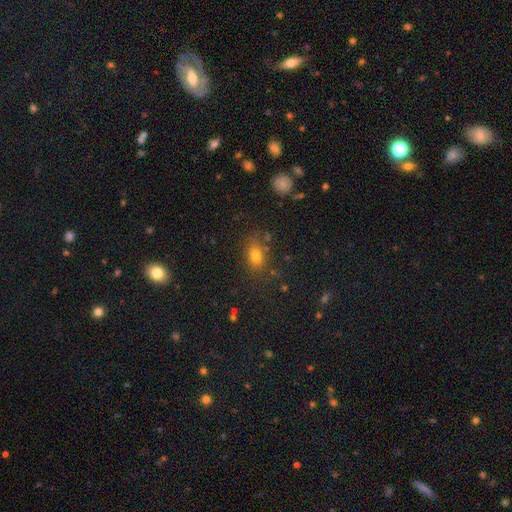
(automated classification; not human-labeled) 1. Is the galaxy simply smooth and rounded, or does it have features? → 76% smooth, 14% star or artifact, 10% featured or disk.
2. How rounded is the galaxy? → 73% in between, 24% round, 3% cigar-shaped.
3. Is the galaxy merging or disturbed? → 75% none, 15% minor disturbance, 5% major disturbance, 4% merger.